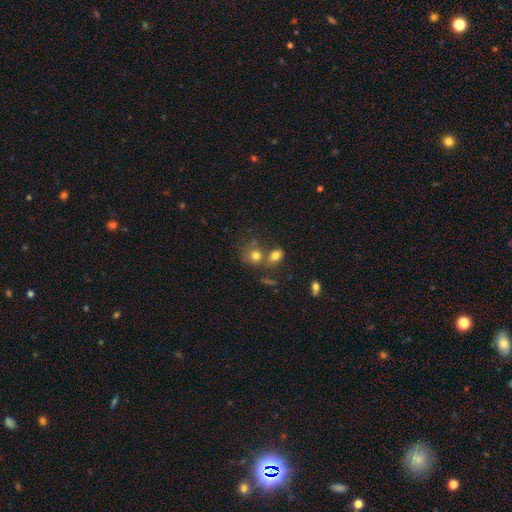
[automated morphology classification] smooth-or-featured: smooth: 75% | featured or disk: 13% | star or artifact: 12%
  how-rounded: round: 67% | in between: 32% | cigar-shaped: 1%
  merging: none: 43% | merger: 38% | minor disturbance: 12% | major disturbance: 7%